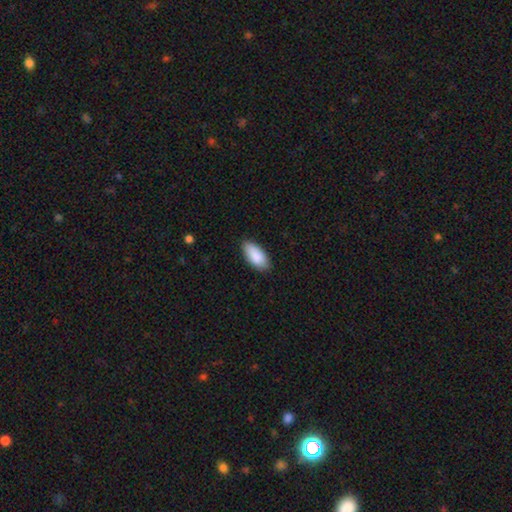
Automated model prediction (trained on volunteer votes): This appears to be a smooth galaxy with no disk features (89%) that is in between round and cigar-shaped (92%). Merging: none (85%).